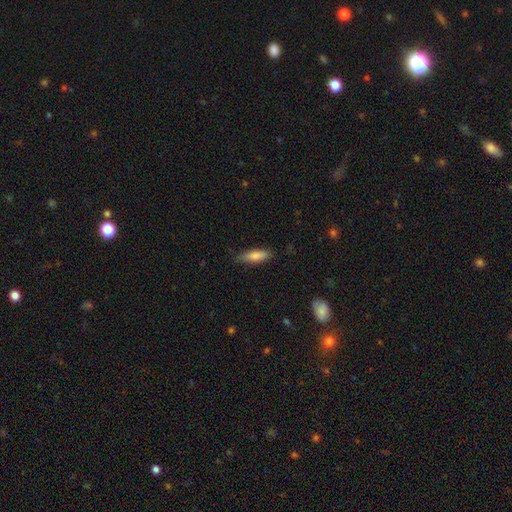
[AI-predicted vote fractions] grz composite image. It shows a smooth galaxy with no disk features (81%) that is cigar-shaped (51%). Merging: none (81%).